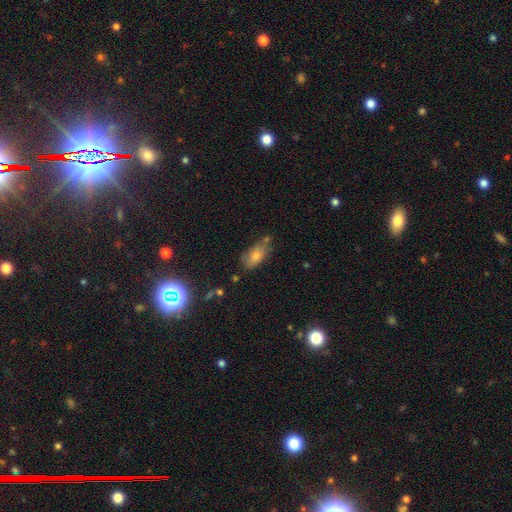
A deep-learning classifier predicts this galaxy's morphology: Q: Smooth or featured?
A: smooth (67%); runner-up: featured or disk (17%)
Q: How rounded?
A: in between (86%); runner-up: cigar-shaped (8%)
Q: Merging?
A: none (57%); runner-up: minor disturbance (27%)